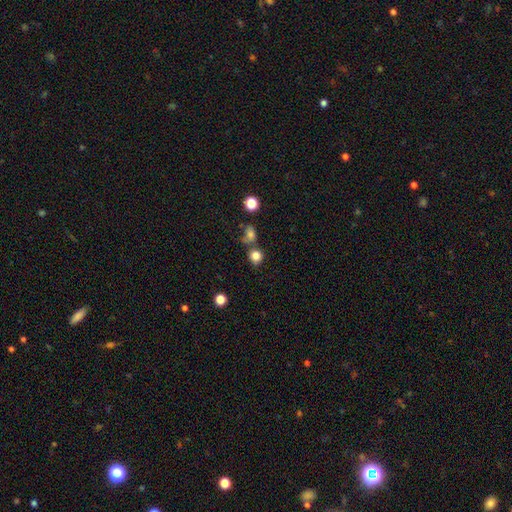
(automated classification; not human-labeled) Q: Smooth or featured?
A: smooth (82%); runner-up: star or artifact (12%)
Q: How rounded?
A: round (83%); runner-up: in between (16%)
Q: Merging?
A: none (63%); runner-up: merger (20%)